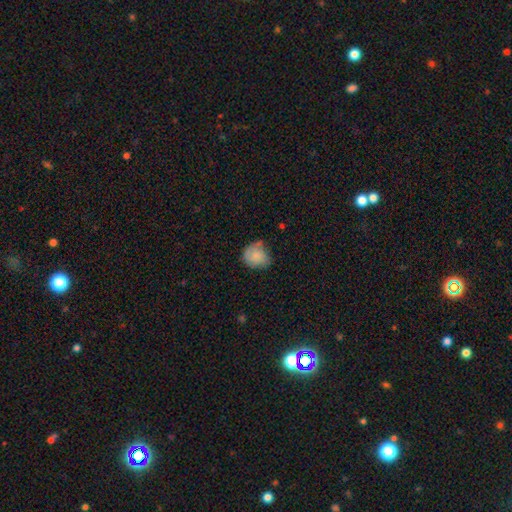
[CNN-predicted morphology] smooth 81%, featured or disk 12%, star or artifact 8%. Down the decision tree: how rounded — round (66%); merging — none (48%).